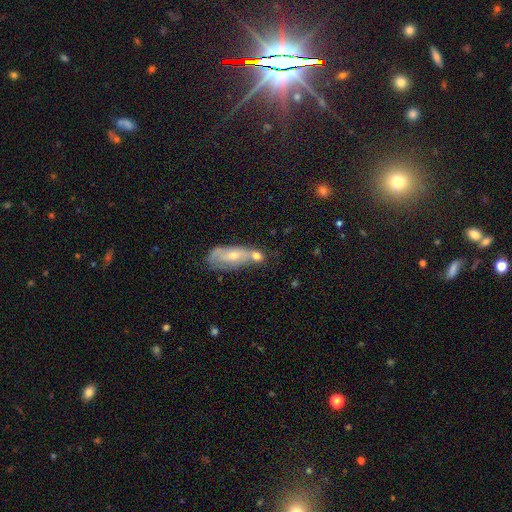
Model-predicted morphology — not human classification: The model was most divided on "merging": none: 38%, merger: 33%, minor disturbance: 19%, major disturbance: 10%. More confident: how rounded — in between (69%); smooth or featured — smooth (54%).